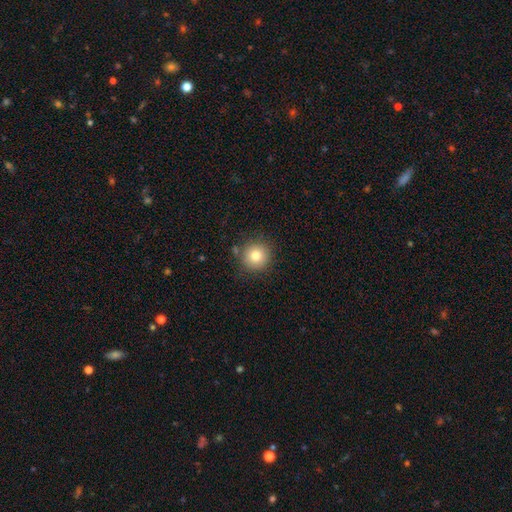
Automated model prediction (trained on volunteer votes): smooth_or_featured: smooth (p=0.80) [alt: star or artifact p=0.11]
how_rounded: round (p=0.94) [alt: in between p=0.05]
merging: none (p=0.85) [alt: minor disturbance p=0.09]